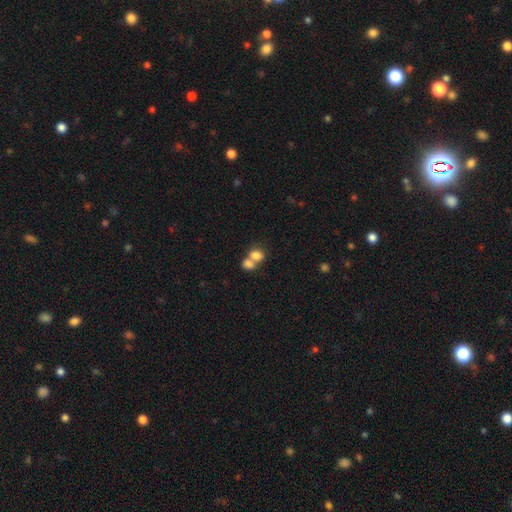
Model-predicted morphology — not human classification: Smooth or featured? smooth (78%)
How rounded? in between (66%)
Merging? merger (65%)